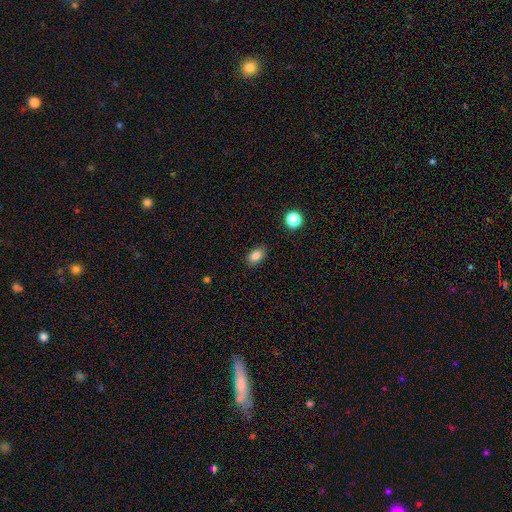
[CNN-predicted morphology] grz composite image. It shows a smooth galaxy with no disk features (83%) that is in between round and cigar-shaped (86%). Merging: none (87%).